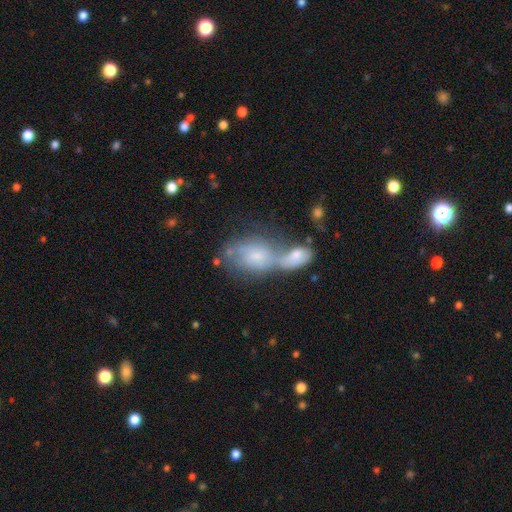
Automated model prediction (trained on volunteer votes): Q: Smooth or featured?
A: featured or disk (48%); runner-up: smooth (43%)
Q: Merging?
A: merger (65%); runner-up: none (16%)